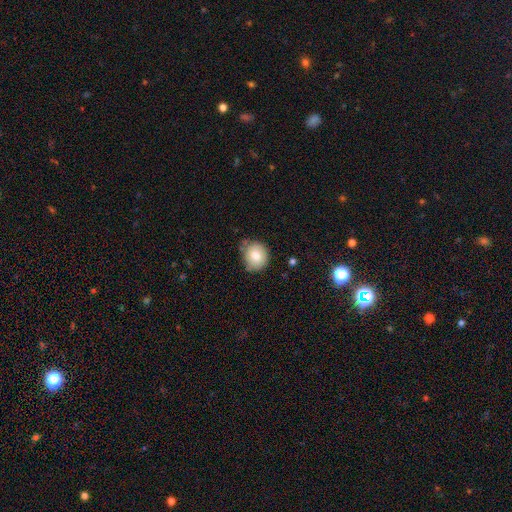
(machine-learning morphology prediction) A smooth galaxy with no disk features (79%) that is round (82%).

Vote fractions:
- Smooth or featured? smooth: 79% / featured or disk: 12% / star or artifact: 9%
- How rounded? round: 82% / in between: 17% / cigar-shaped: 1%
- Merging? none: 73% / minor disturbance: 20% / merger: 4% / major disturbance: 4%